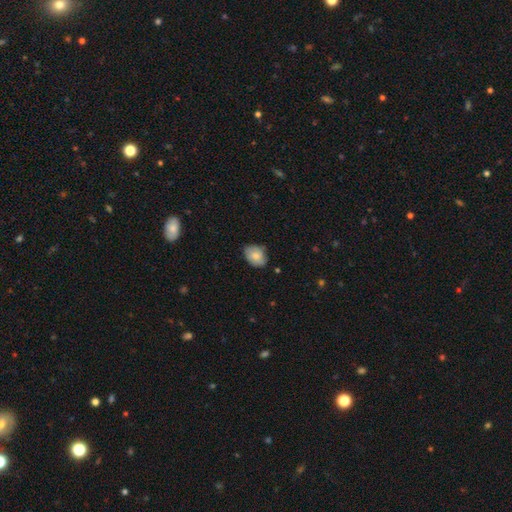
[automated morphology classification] smooth 76%, featured or disk 17%, star or artifact 7%. Down the decision tree: how rounded — in between (66%); merging — none (72%).